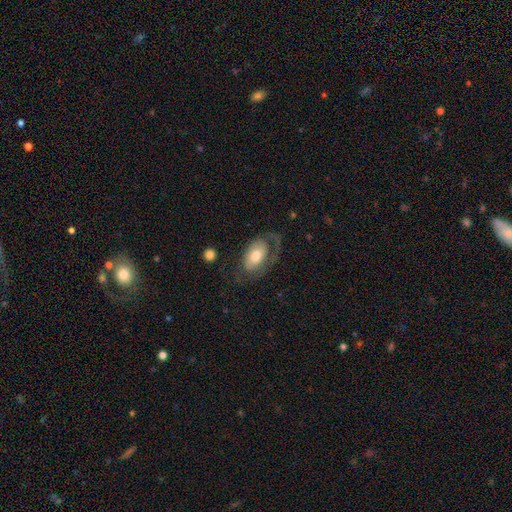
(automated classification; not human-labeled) Morphology: type=featured or disk (49%); merging=none (42%).